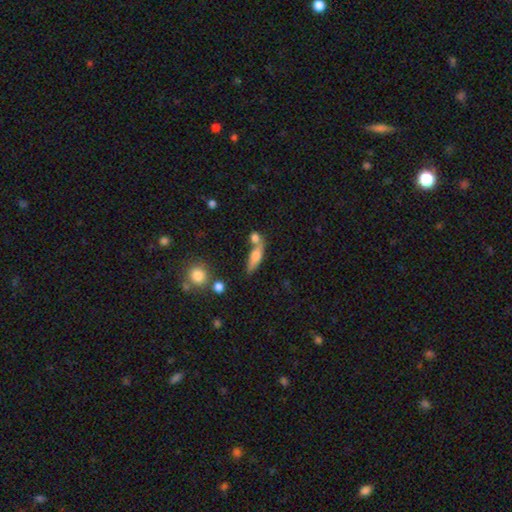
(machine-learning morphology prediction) smooth-or-featured: smooth: 66% | featured or disk: 25% | star or artifact: 9%
  how-rounded: cigar-shaped: 50% | in between: 45% | round: 5%
  merging: none: 45% | merger: 35% | minor disturbance: 13% | major disturbance: 6%